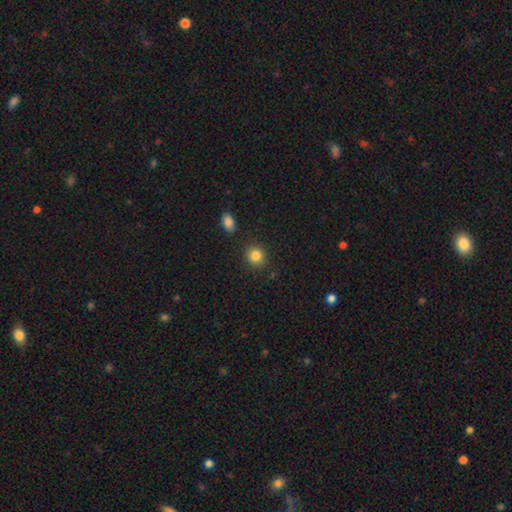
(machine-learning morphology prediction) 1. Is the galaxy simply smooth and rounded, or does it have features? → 85% smooth, 10% star or artifact, 5% featured or disk.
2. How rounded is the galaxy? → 84% round, 15% in between, 1% cigar-shaped.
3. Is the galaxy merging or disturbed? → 87% none, 8% minor disturbance, 3% merger, 2% major disturbance.